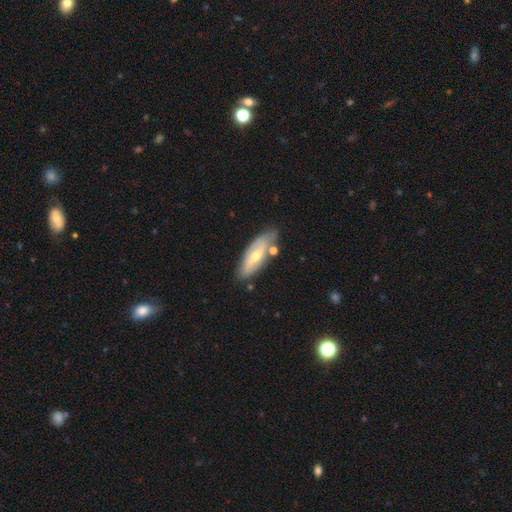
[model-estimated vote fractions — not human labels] Overall: featured or disk (60%; smooth 35%). Edge-on disk: no (74%). Merging: none (71%).